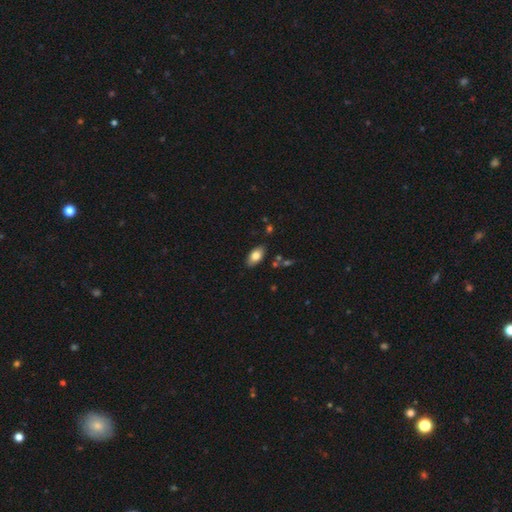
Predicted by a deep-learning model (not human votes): Smooth or featured? Predicted: smooth (p=0.79). How rounded? Predicted: in between (p=0.93). Merging? Predicted: none (p=0.83).